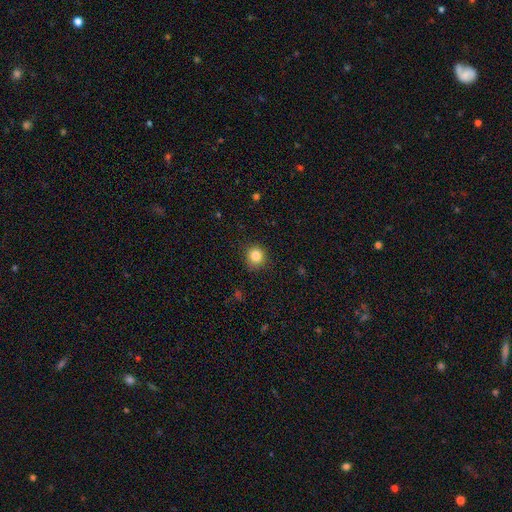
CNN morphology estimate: Overall: smooth (84%). How rounded: round (87%). Merging: none (85%).